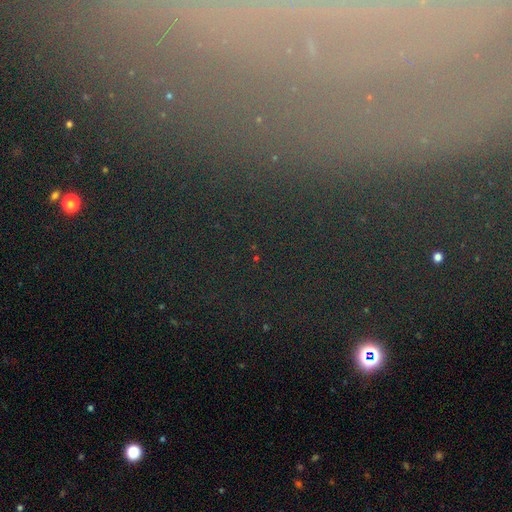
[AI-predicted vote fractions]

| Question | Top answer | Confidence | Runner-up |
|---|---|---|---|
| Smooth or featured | star or artifact | 56% | featured or disk (24%) |